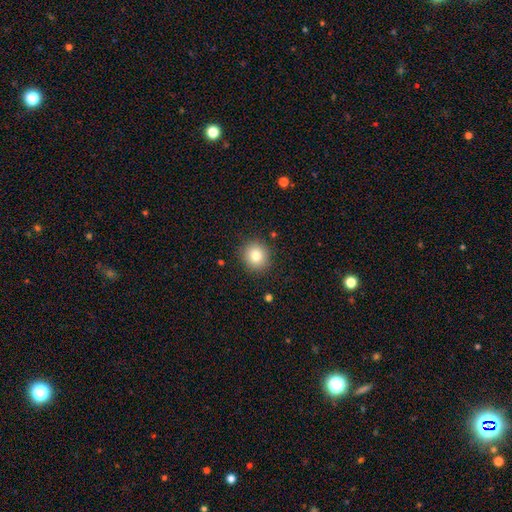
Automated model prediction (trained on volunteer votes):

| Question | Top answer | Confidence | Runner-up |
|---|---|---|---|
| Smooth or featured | smooth | 81% | star or artifact (11%) |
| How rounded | round | 90% | in between (10%) |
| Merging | none | 89% | minor disturbance (7%) |